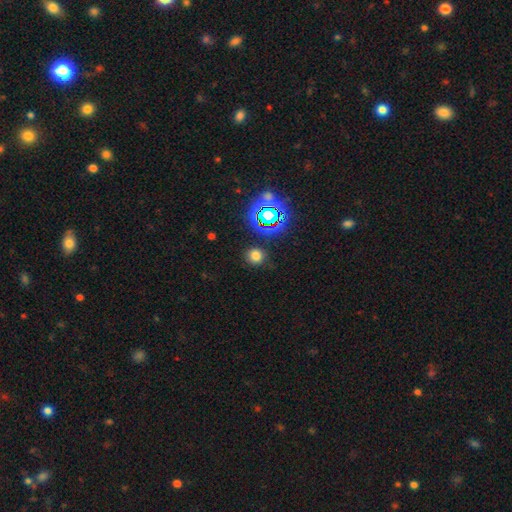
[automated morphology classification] Smooth or featured? smooth (69%)
How rounded? round (87%)
Merging? none (86%)